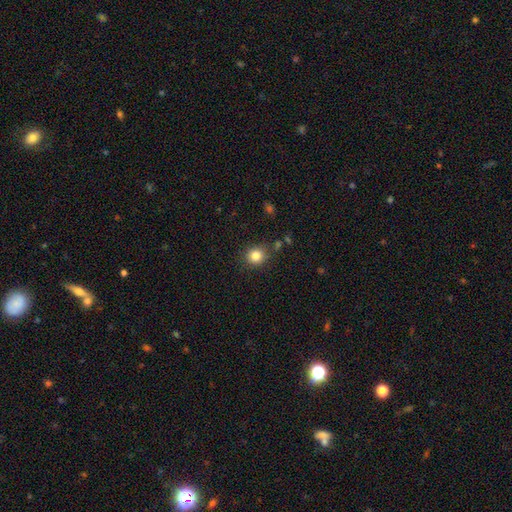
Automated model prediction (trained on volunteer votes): Smooth or featured?
  - smooth: 84% *
  - star or artifact: 11%
  - featured or disk: 5%
How rounded?
  - round: 84% *
  - in between: 15%
  - cigar-shaped: 1%
Merging?
  - none: 83% *
  - minor disturbance: 11%
  - major disturbance: 3%
  - merger: 3%